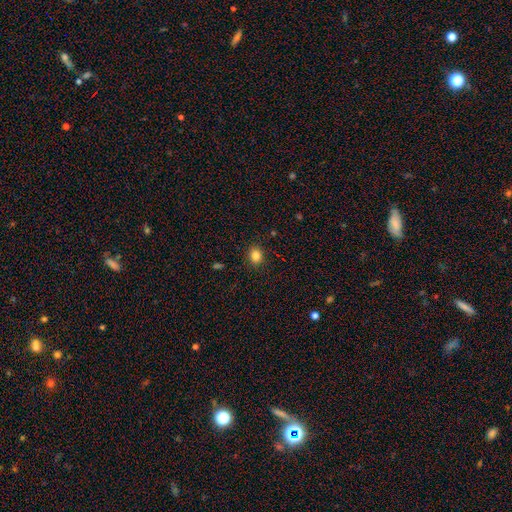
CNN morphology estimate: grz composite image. It shows a smooth galaxy with no disk features (84%) that is round (58%). Merging: none (89%).